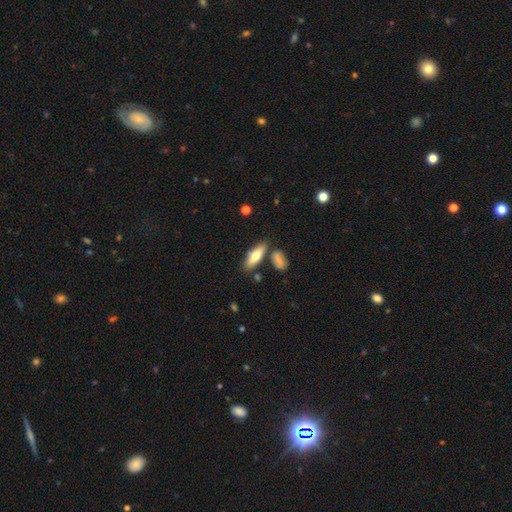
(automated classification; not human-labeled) Smooth or featured: smooth — 68% (featured or disk — 26%)
How rounded: in between — 58% (cigar-shaped — 39%)
Merging: none — 75% (minor disturbance — 12%)